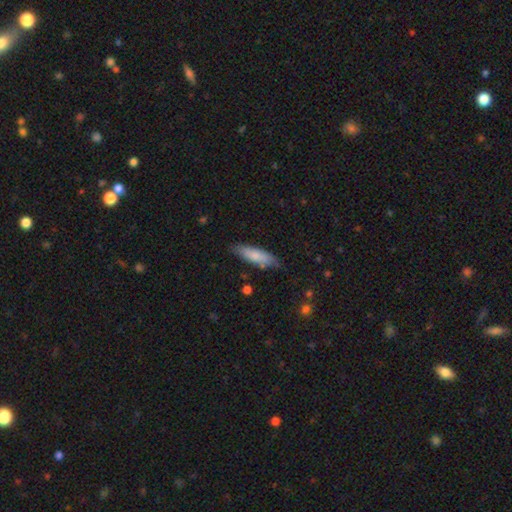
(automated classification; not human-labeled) A smooth galaxy with no disk features (77%) that is cigar-shaped (53%). Merging: none (76%).